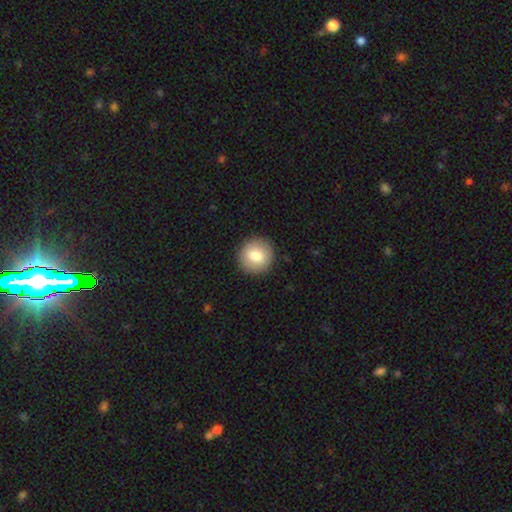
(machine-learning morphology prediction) This appears to be a smooth galaxy with no disk features (81%) that is round (93%). Merging: none (91%).